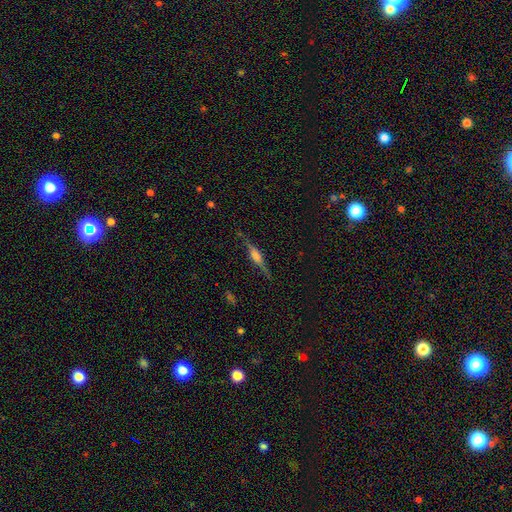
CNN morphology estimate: type=featured or disk (73%); edge-on=yes (97%); edge-on bulge=rounded (58%); merging=none (83%).